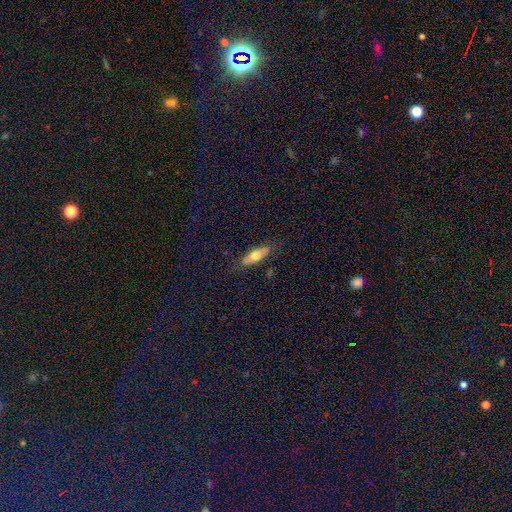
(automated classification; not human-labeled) This appears to be a smooth galaxy with no disk features (58%) that is in between round and cigar-shaped (56%). Merging: none (80%).